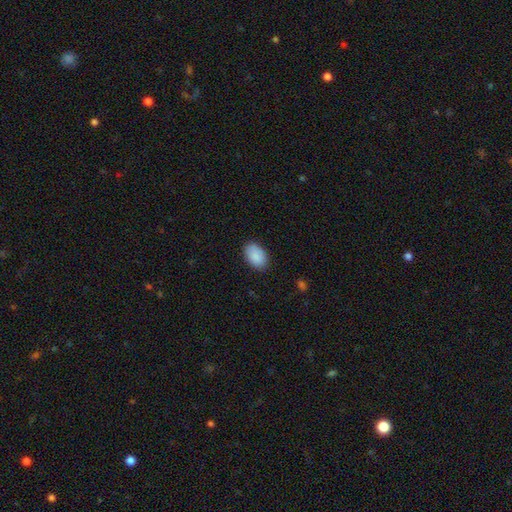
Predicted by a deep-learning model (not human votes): This is clearly a smooth galaxy (90%). How rounded: clearly in between (92%). Merging: clearly none (85%).